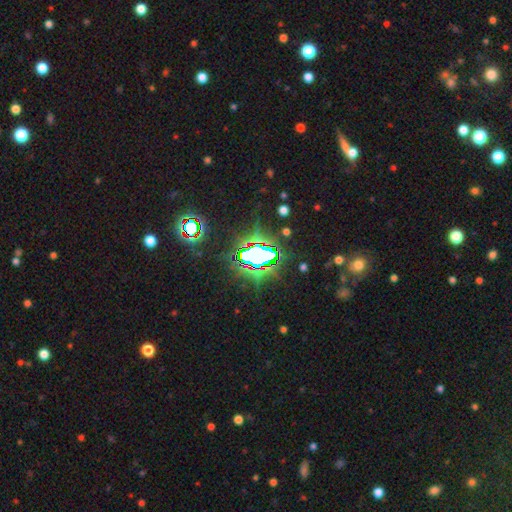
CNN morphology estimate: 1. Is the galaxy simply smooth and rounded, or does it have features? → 76% star or artifact, 13% smooth, 11% featured or disk.